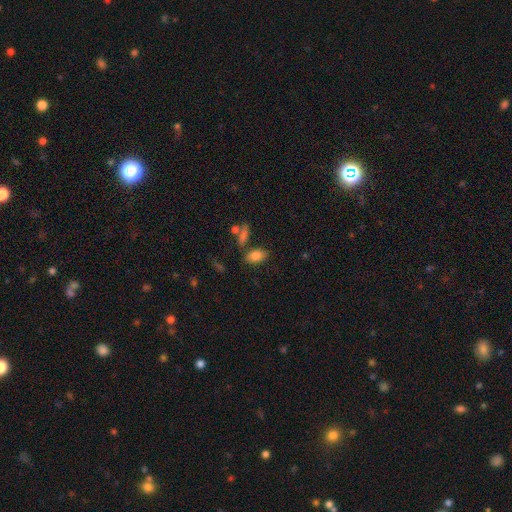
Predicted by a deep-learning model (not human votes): smooth-or-featured: smooth: 83% | star or artifact: 9% | featured or disk: 8%
  how-rounded: in between: 88% | round: 8% | cigar-shaped: 4%
  merging: none: 73% | minor disturbance: 13% | merger: 9% | major disturbance: 4%